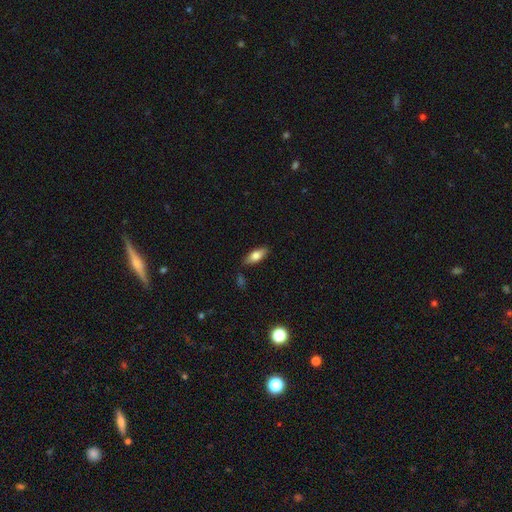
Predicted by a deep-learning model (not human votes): The model was most divided on "how rounded": in between: 76%, cigar-shaped: 22%, round: 3%. More confident: merging — none (81%); smooth or featured — smooth (75%).